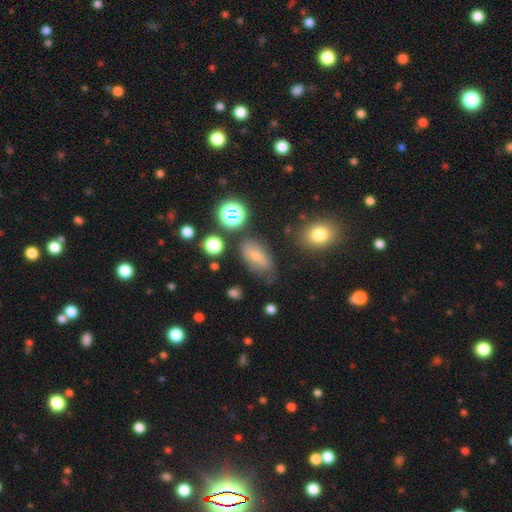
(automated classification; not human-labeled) smooth 61%, featured or disk 22%, star or artifact 17%. Down the decision tree: how rounded — in between (85%); merging — none (60%).